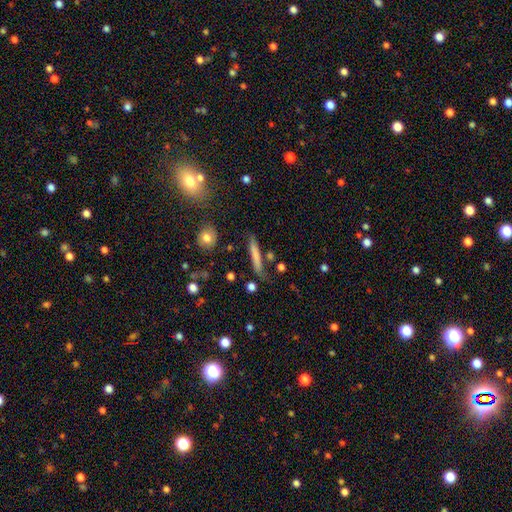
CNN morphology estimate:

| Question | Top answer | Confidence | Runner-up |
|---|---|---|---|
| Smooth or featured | smooth | 68% | featured or disk (24%) |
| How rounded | cigar-shaped | 92% | in between (5%) |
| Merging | none | 76% | minor disturbance (16%) |